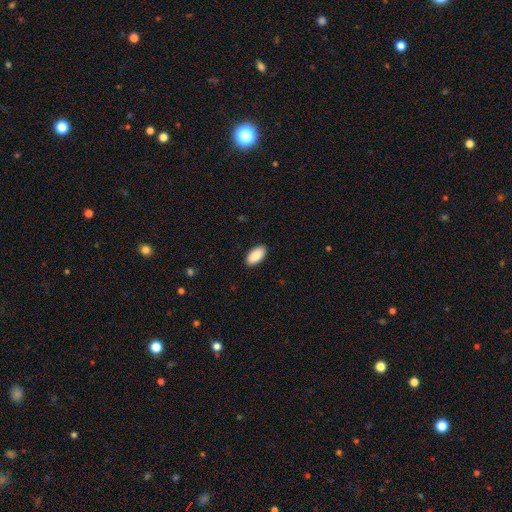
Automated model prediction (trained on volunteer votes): smooth-or-featured: smooth: 89% | star or artifact: 6% | featured or disk: 5%
  how-rounded: in between: 95% | cigar-shaped: 3% | round: 2%
  merging: none: 90% | minor disturbance: 7% | major disturbance: 2% | merger: 1%